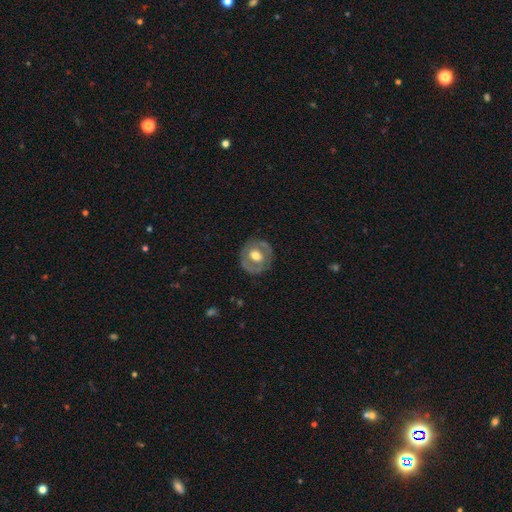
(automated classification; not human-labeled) Smooth or featured? featured or disk (58%)
Edge-on disk? no (95%)
Bar? no (62%)
Spiral arms? no (70%)
Bulge size? moderate (65%)
Merging? none (80%)